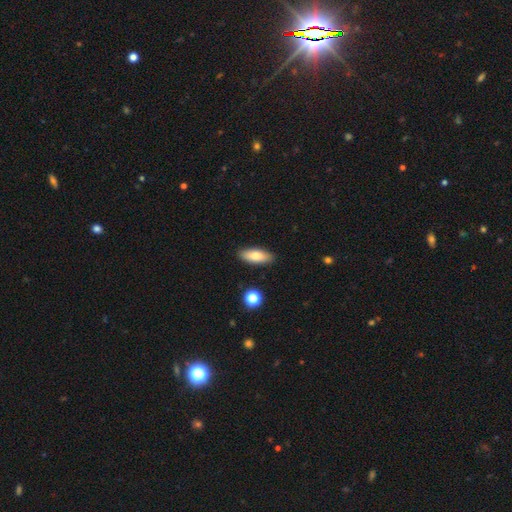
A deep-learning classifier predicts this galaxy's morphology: smooth_or_featured: smooth (p=0.74) [alt: featured or disk p=0.19]
how_rounded: in between (p=0.74) [alt: cigar-shaped p=0.23]
merging: none (p=0.89) [alt: minor disturbance p=0.08]